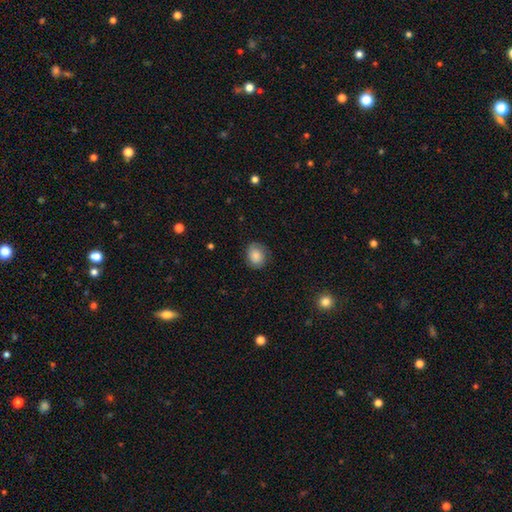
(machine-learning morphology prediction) This is likely a smooth galaxy (76%). How rounded: possibly round (60%). Merging: likely none (76%).